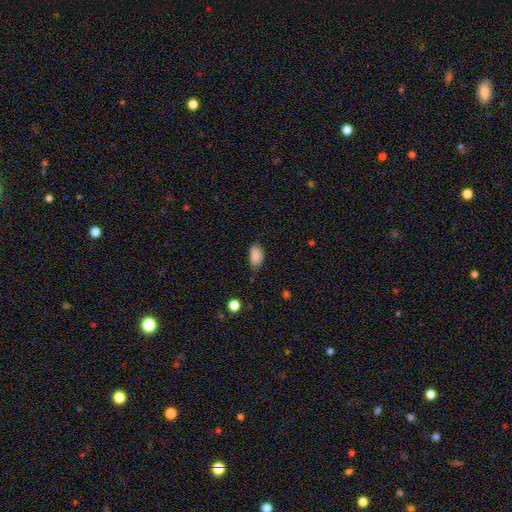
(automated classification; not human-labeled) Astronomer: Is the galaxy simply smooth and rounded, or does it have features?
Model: smooth — 87%.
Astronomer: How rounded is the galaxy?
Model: in between — 91%.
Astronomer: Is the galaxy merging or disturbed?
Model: none — 67%.